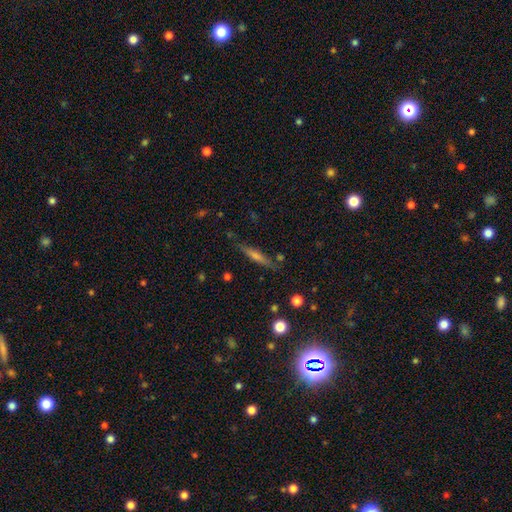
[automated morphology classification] smooth_or_featured: smooth (p=0.47) [alt: featured or disk p=0.43]
merging: none (p=0.84) [alt: minor disturbance p=0.11]